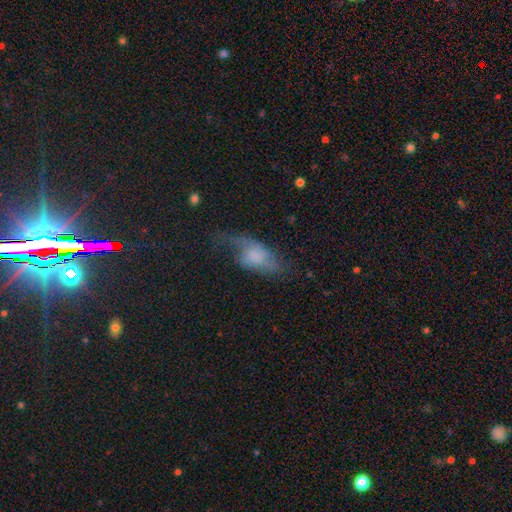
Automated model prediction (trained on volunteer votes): Overall: smooth (51%; featured or disk 39%). How rounded: in between (85%). Merging: major disturbance (41%; none 30%).